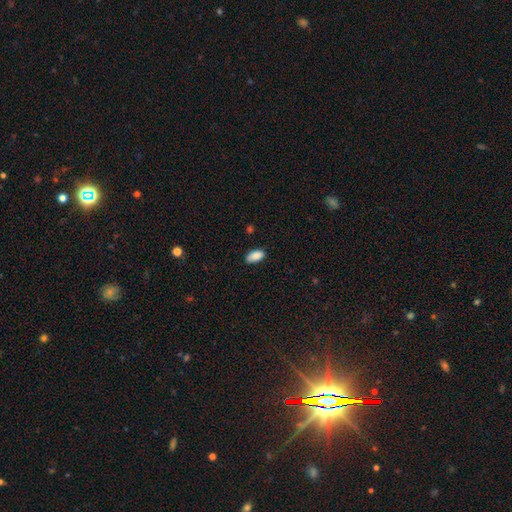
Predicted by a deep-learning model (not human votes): Morphology: type=smooth (89%); roundness=in between (94%); merging=none (80%).